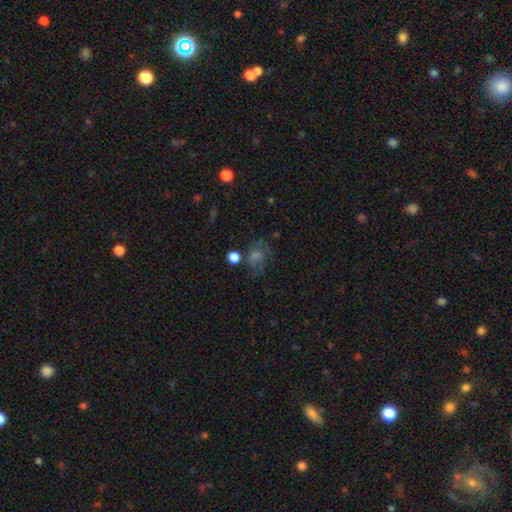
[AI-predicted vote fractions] A featured or disk galaxy (49%).

Vote fractions:
- Smooth or featured? featured or disk: 49% / smooth: 27% / star or artifact: 24%
- Merging? none: 61% / minor disturbance: 19% / major disturbance: 14% / merger: 6%